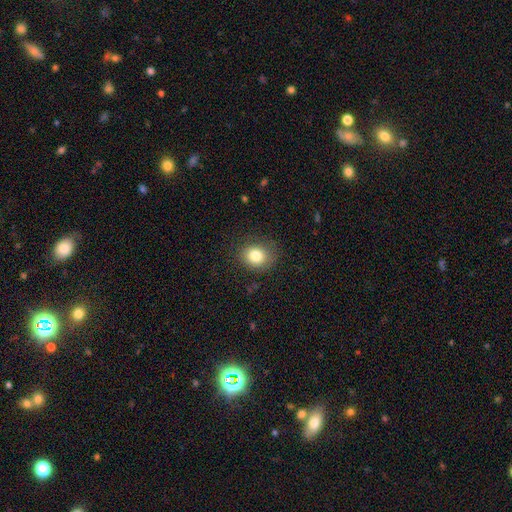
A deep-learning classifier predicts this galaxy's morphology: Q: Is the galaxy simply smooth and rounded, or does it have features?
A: smooth — 81%.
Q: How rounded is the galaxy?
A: round — 65%.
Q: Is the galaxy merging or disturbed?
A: none — 81%.